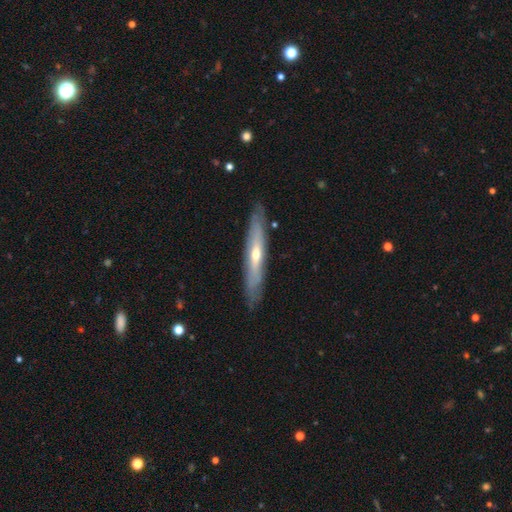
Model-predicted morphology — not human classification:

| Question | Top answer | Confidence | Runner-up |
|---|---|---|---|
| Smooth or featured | featured or disk | 64% | smooth (30%) |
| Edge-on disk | yes | 77% | no (23%) |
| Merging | none | 86% | minor disturbance (11%) |